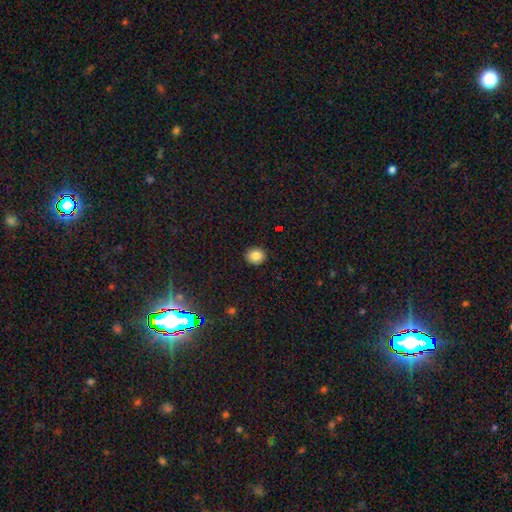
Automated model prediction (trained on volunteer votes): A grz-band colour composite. It shows a smooth galaxy with no disk features (84%) that is round (84%). Merging: none (91%).